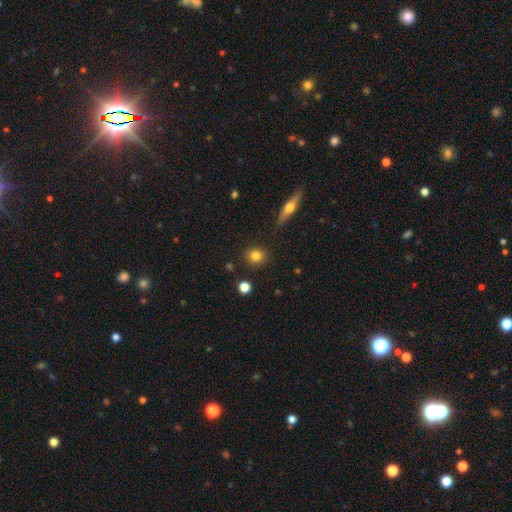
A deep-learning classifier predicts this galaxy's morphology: Smooth or featured?
  - smooth: 82% *
  - star or artifact: 10%
  - featured or disk: 8%
How rounded?
  - round: 86% *
  - in between: 12%
  - cigar-shaped: 2%
Merging?
  - none: 89% *
  - minor disturbance: 7%
  - major disturbance: 2%
  - merger: 2%